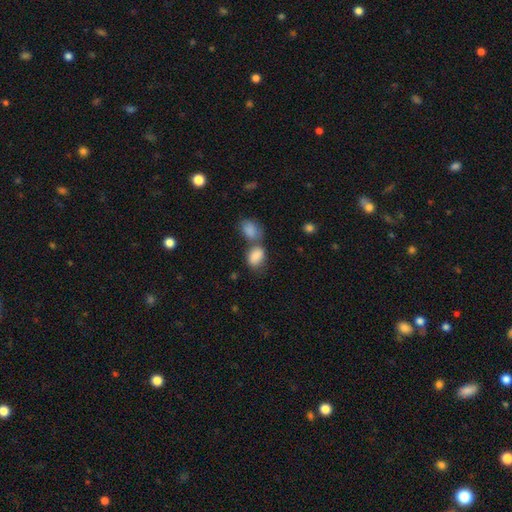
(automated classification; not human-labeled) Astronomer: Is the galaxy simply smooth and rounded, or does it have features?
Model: smooth — 85%.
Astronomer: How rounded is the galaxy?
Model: in between — 80%.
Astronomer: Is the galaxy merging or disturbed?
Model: merger — 49% (runner-up: none, 34%).